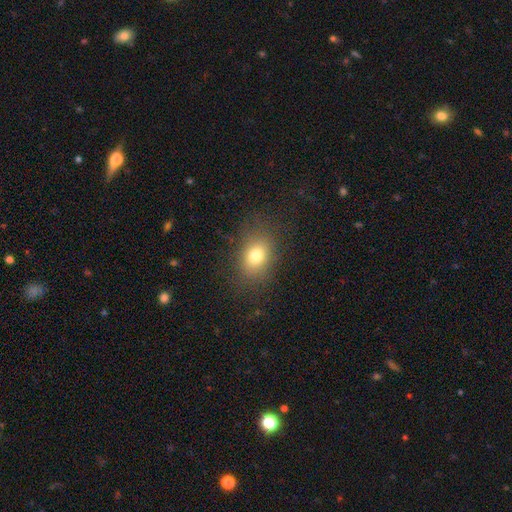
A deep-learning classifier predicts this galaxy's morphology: Overall: smooth (77%). How rounded: in between (65%; round 33%). Merging: none (81%).